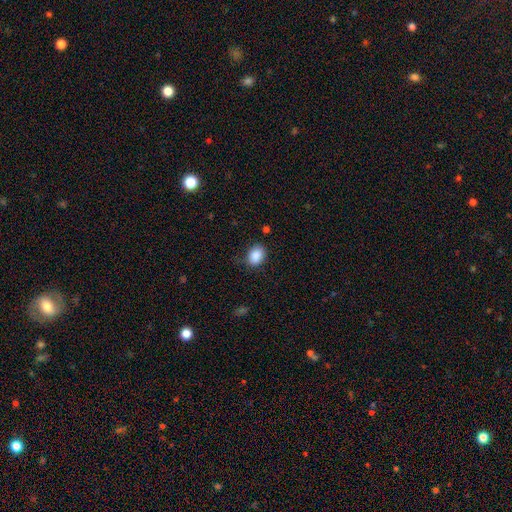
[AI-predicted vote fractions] Q: Smooth or featured?
A: smooth (88%); runner-up: star or artifact (8%)
Q: How rounded?
A: in between (67%); runner-up: round (32%)
Q: Merging?
A: none (77%); runner-up: minor disturbance (17%)